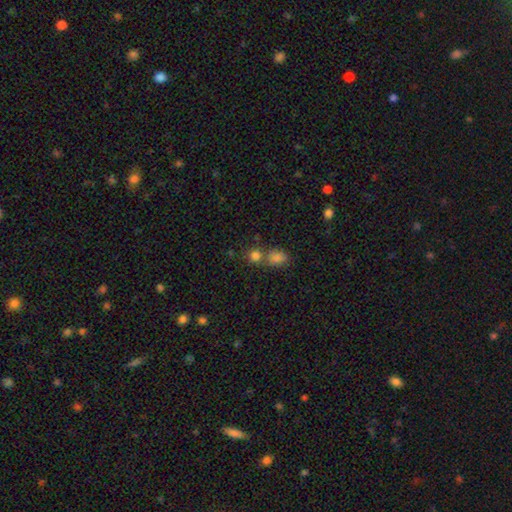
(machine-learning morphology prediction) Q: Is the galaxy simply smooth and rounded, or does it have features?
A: smooth — 78%.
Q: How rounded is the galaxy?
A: round — 81%.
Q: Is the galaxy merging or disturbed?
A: none — 54%.